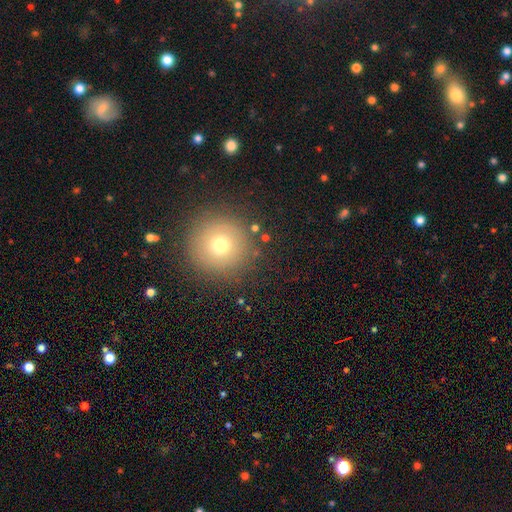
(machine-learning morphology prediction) A smooth galaxy with no disk features (48%).

Vote fractions:
- Smooth or featured? smooth: 48% / star or artifact: 37% / featured or disk: 16%
- Merging? none: 89% / minor disturbance: 6% / major disturbance: 3% / merger: 2%